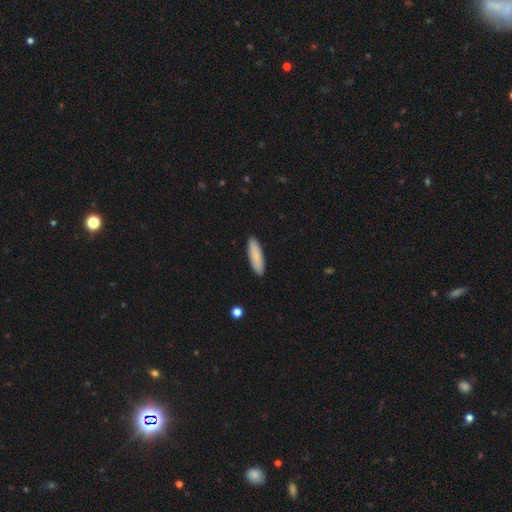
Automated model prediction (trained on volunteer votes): Morphology: type=smooth (84%); roundness=cigar-shaped (66%); merging=none (91%).